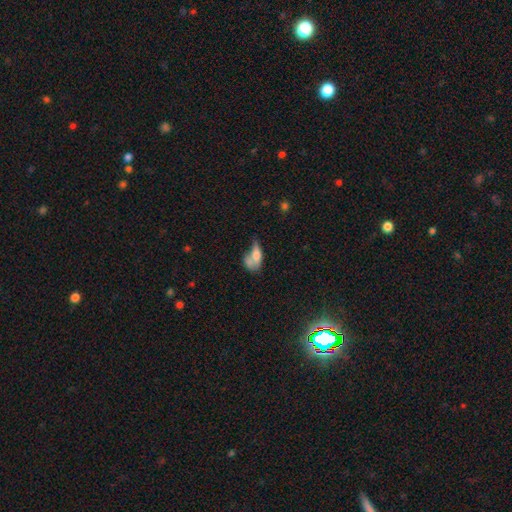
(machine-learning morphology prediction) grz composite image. It shows a smooth galaxy with no disk features (61%) that is in between round and cigar-shaped (72%). Merging: merger (39%).